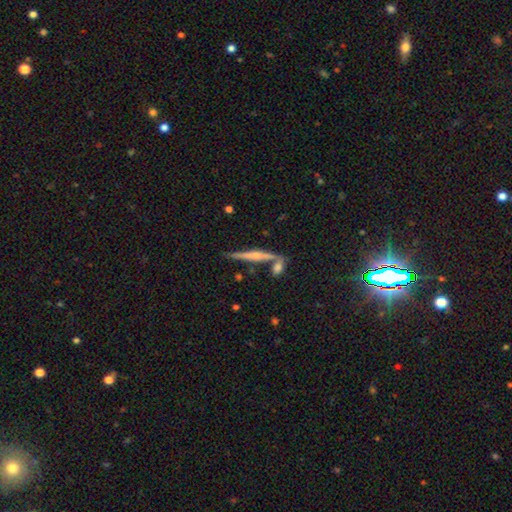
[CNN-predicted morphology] The model was most divided on "smooth or featured": featured or disk: 61%, smooth: 31%, star or artifact: 7%. More confident: edge-on disk — yes (96%); merging — none (69%); edge-on bulge — rounded (58%).